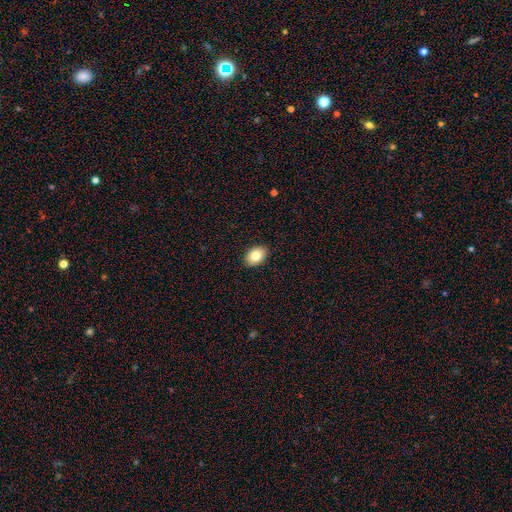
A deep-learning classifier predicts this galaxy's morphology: Smooth or featured: smooth — 81% (featured or disk — 12%)
How rounded: in between — 85% (round — 14%)
Merging: none — 90% (minor disturbance — 8%)